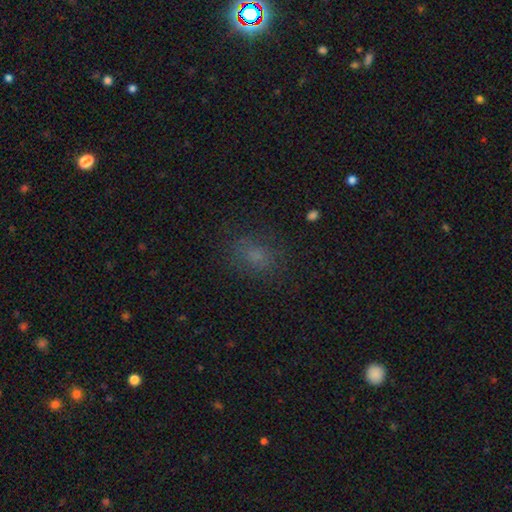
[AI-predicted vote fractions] Smooth or featured: smooth — 70% (star or artifact — 20%)
How rounded: in between — 61% (round — 37%)
Merging: none — 76% (minor disturbance — 15%)